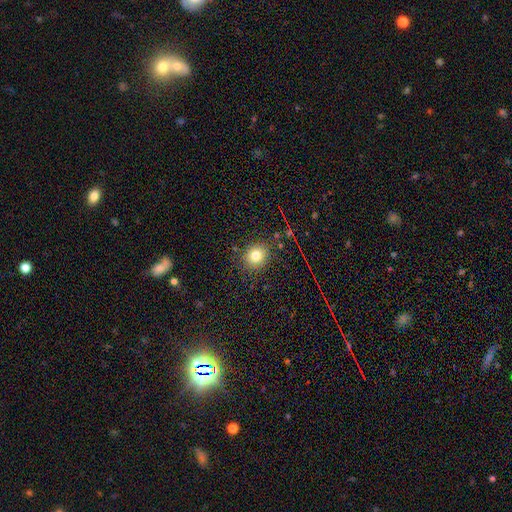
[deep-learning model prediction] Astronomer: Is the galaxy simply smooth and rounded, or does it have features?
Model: smooth — 77%.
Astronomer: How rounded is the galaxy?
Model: round — 79%.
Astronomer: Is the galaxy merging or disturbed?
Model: none — 85%.